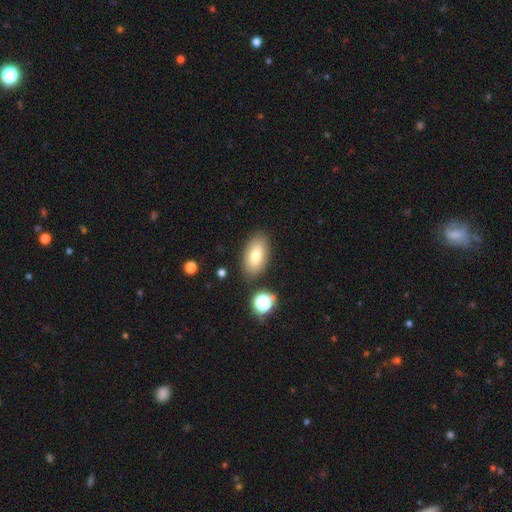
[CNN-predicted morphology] This appears to be a smooth galaxy with no disk features (75%) that is in between round and cigar-shaped (91%). Merging: none (84%).